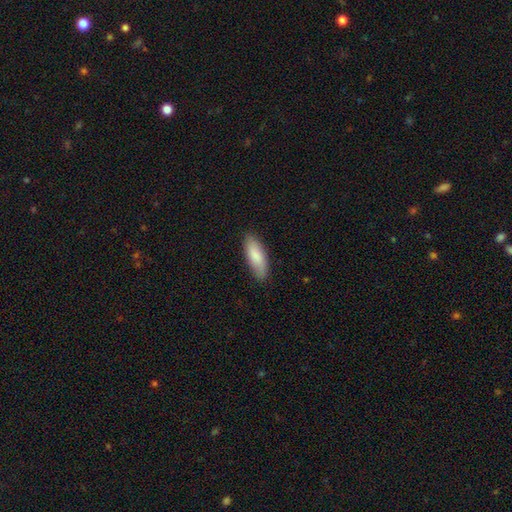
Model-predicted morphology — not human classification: type=smooth (83%); roundness=in between (65%); merging=none (84%).